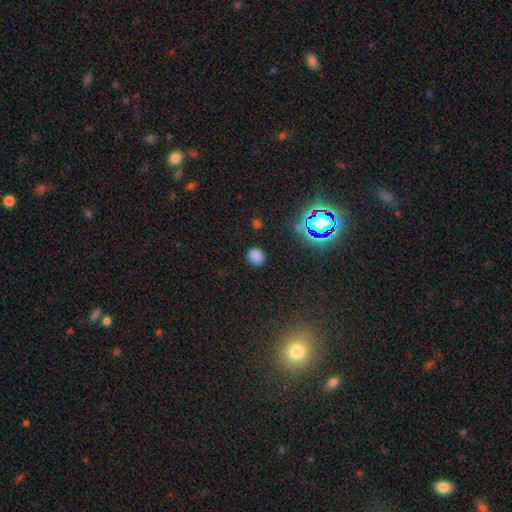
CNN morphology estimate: smooth 75%, star or artifact 20%, featured or disk 5%. Down the decision tree: how rounded — round (62%); merging — none (86%).